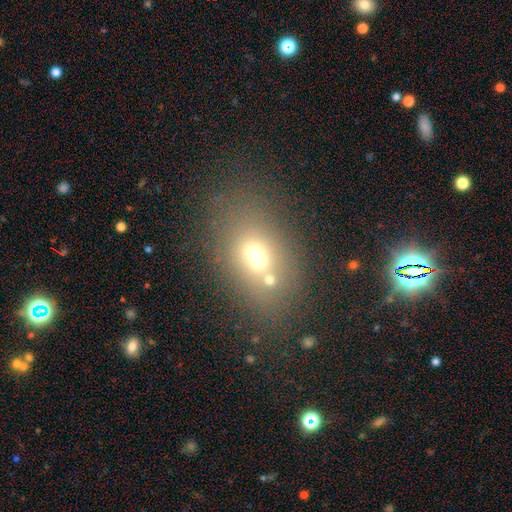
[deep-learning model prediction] smooth-or-featured: smooth: 52% | featured or disk: 26% | star or artifact: 22%
  how-rounded: in between: 70% | round: 27% | cigar-shaped: 3%
  merging: none: 44% | merger: 40% | minor disturbance: 10% | major disturbance: 6%